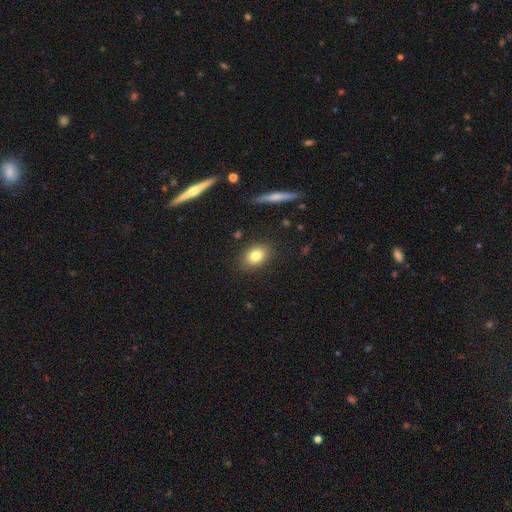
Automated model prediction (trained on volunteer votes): Smooth or featured? Predicted: smooth (p=0.80). How rounded? Predicted: in between (p=0.65). Merging? Predicted: none (p=0.86).